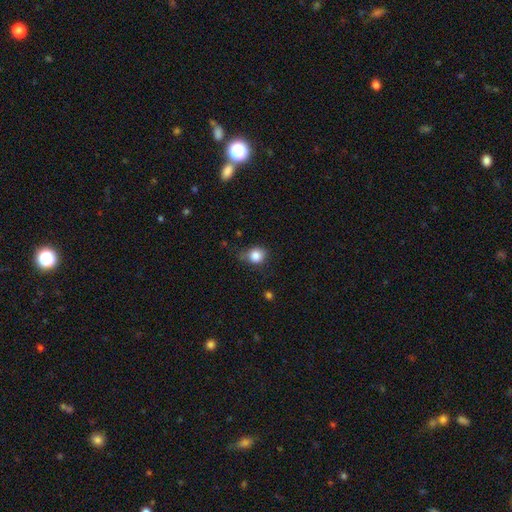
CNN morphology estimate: A smooth galaxy with no disk features (83%) that is round (73%).

Vote fractions:
- Smooth or featured? smooth: 83% / star or artifact: 10% / featured or disk: 6%
- How rounded? round: 73% / in between: 26% / cigar-shaped: 1%
- Merging? none: 57% / minor disturbance: 32% / major disturbance: 9% / merger: 2%